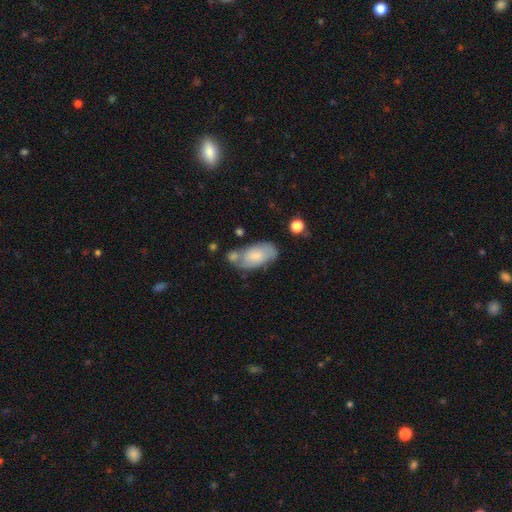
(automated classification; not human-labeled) Morphology: type=smooth (62%); roundness=in between (92%); merging=none (49%).